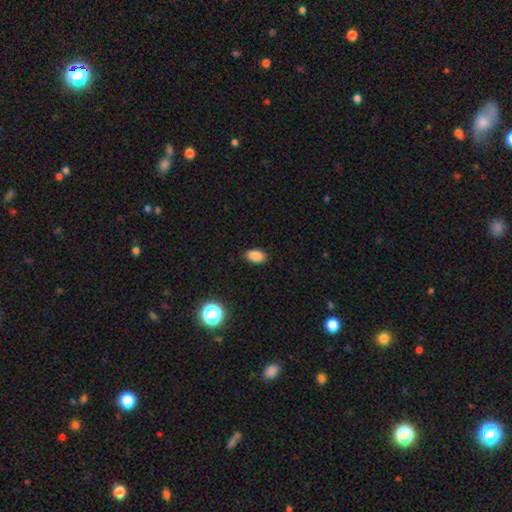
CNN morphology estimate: This is clearly a smooth galaxy (87%). How rounded: clearly in between (90%). Merging: clearly none (88%).